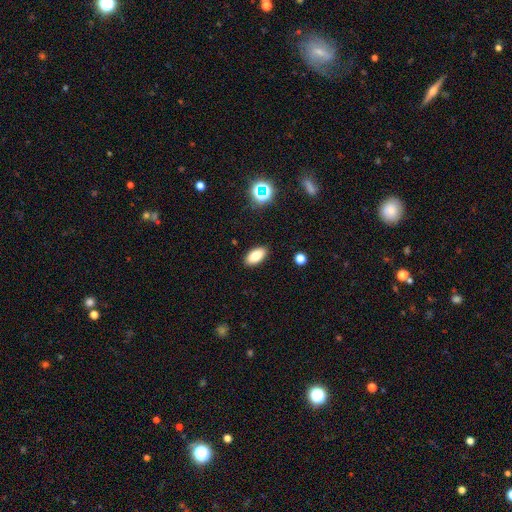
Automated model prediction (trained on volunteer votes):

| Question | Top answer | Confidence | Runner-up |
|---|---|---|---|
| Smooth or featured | smooth | 82% | star or artifact (10%) |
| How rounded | in between | 91% | cigar-shaped (6%) |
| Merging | none | 89% | minor disturbance (8%) |